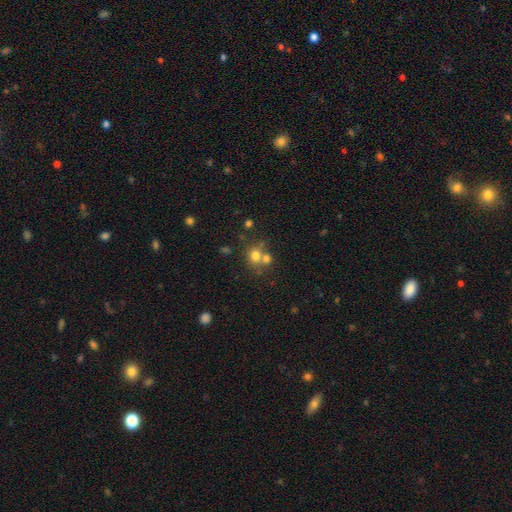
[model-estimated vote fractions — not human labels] A smooth galaxy with no disk features (71%) that is round (71%).

Vote fractions:
- Smooth or featured? smooth: 71% / star or artifact: 14% / featured or disk: 14%
- How rounded? round: 71% / in between: 28% / cigar-shaped: 1%
- Merging? none: 44% / merger: 42% / minor disturbance: 9% / major disturbance: 5%